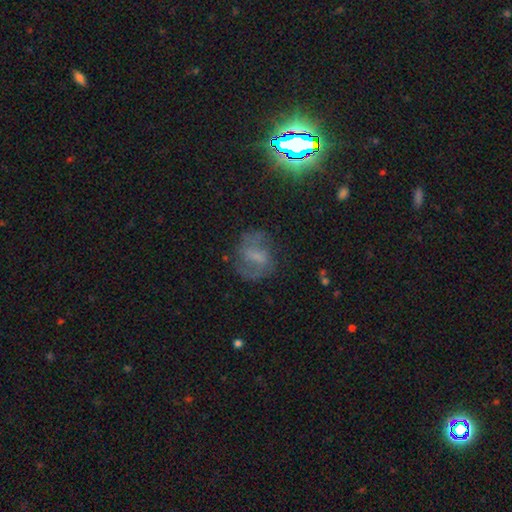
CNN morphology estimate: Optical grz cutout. It shows a featured or disk galaxy (57%) with a weak bar (45%), spiral arms (77%) and no central bulge (43%). Merging: none (64%).